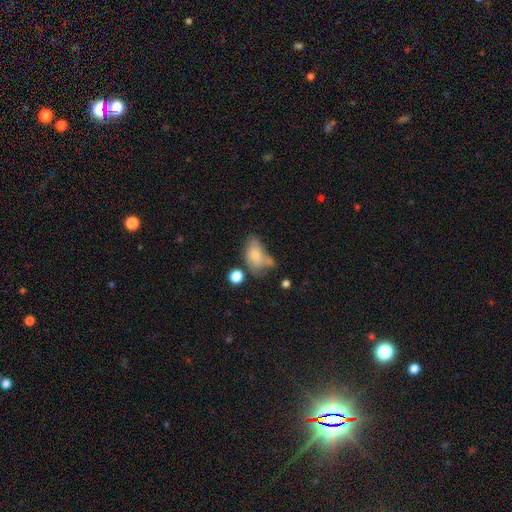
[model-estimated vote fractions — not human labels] A smooth galaxy with no disk features (65%) that is in between round and cigar-shaped (87%).

Vote fractions:
- Smooth or featured? smooth: 65% / featured or disk: 26% / star or artifact: 9%
- How rounded? in between: 87% / round: 10% / cigar-shaped: 3%
- Merging? none: 33% / minor disturbance: 26% / merger: 23% / major disturbance: 17%